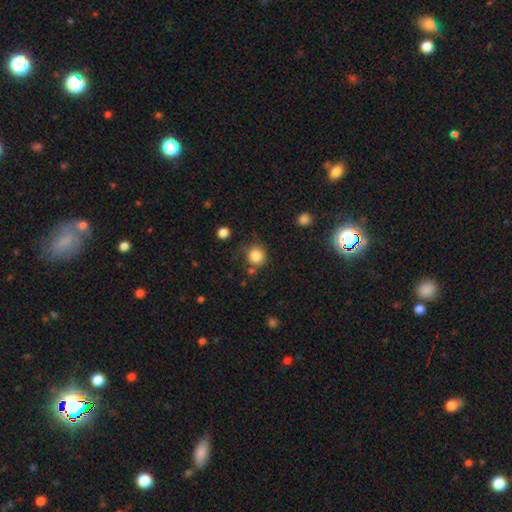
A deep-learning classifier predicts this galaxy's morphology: Smooth or featured?
  - smooth: 85% *
  - star or artifact: 11%
  - featured or disk: 4%
How rounded?
  - round: 90% *
  - in between: 9%
  - cigar-shaped: 1%
Merging?
  - none: 74% *
  - minor disturbance: 15%
  - merger: 6%
  - major disturbance: 5%